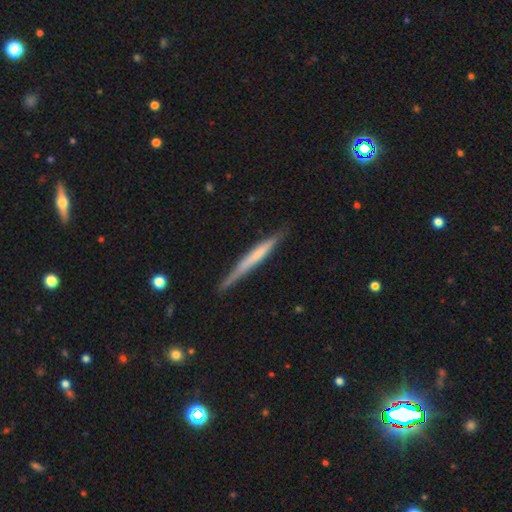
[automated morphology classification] The model was most divided on "smooth or featured": featured or disk: 51%, smooth: 44%, star or artifact: 5%. More confident: edge-on disk — yes (97%); merging — none (85%).